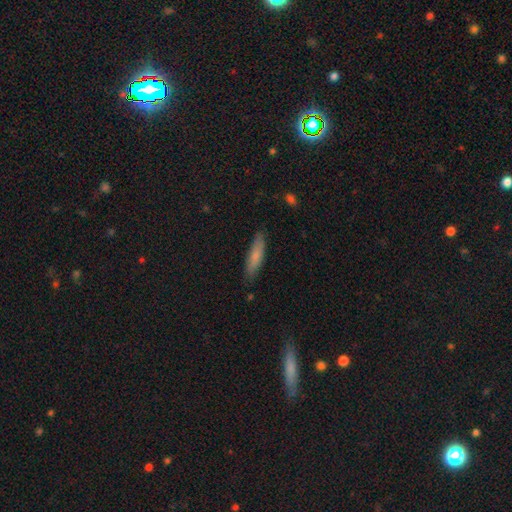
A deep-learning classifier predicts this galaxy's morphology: The model was most divided on "smooth or featured": smooth: 75%, featured or disk: 19%, star or artifact: 6%. More confident: merging — none (83%); how rounded — cigar-shaped (78%).